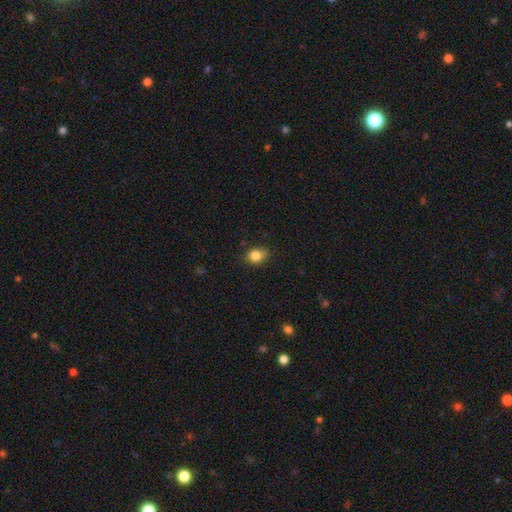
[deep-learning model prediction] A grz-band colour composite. It shows a smooth galaxy with no disk features (84%) that is round (52%). Merging: none (76%).